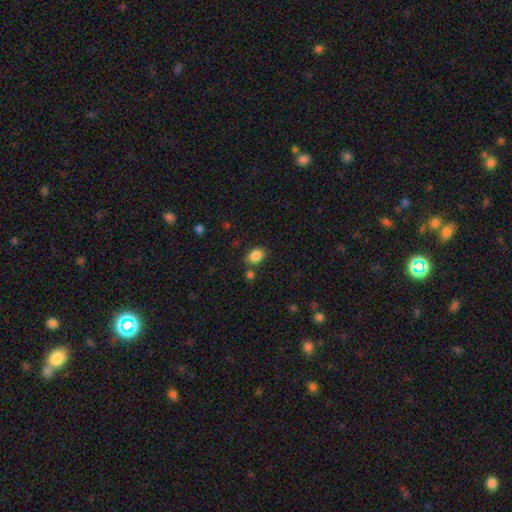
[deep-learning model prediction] The model was most divided on "how rounded": in between: 77%, round: 22%, cigar-shaped: 1%. More confident: smooth or featured — smooth (87%); merging — none (76%).